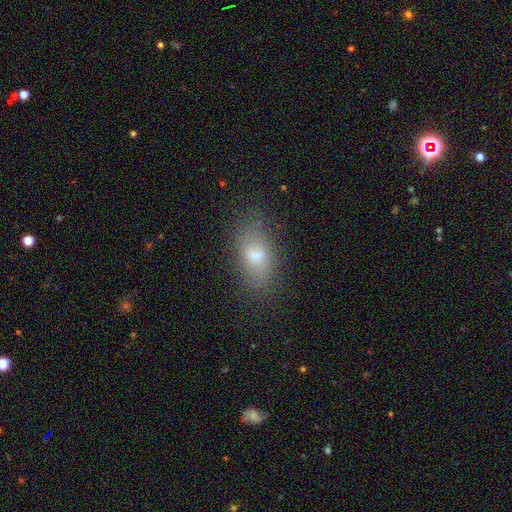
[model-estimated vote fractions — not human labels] smooth-or-featured: smooth: 71% | featured or disk: 19% | star or artifact: 10%
  how-rounded: in between: 88% | round: 6% | cigar-shaped: 6%
  merging: none: 76% | minor disturbance: 16% | major disturbance: 6% | merger: 2%